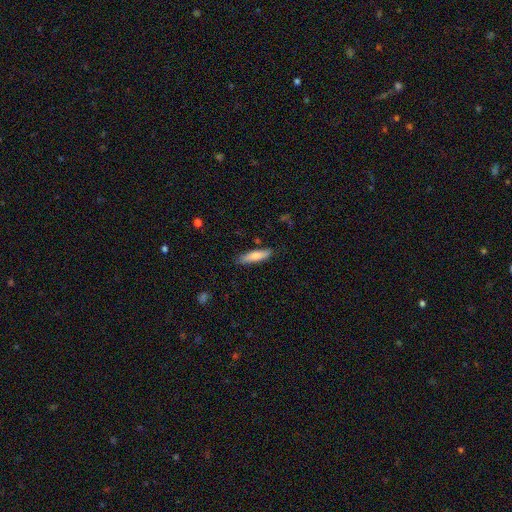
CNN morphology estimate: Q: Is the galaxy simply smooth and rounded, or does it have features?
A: smooth — 78%.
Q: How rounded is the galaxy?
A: cigar-shaped — 72%.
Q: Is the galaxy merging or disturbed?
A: none — 84%.